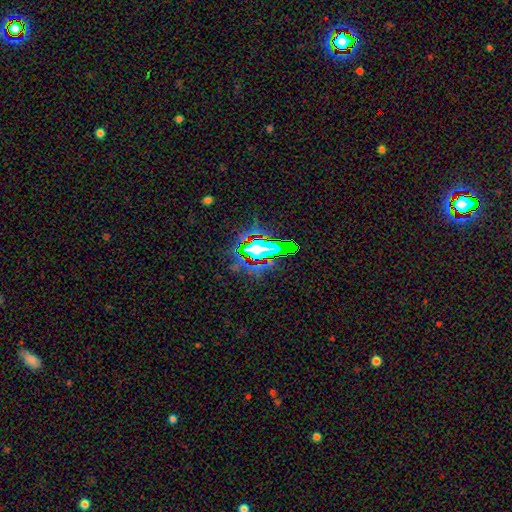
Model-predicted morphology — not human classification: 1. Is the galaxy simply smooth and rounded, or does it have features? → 72% star or artifact, 15% smooth, 12% featured or disk.